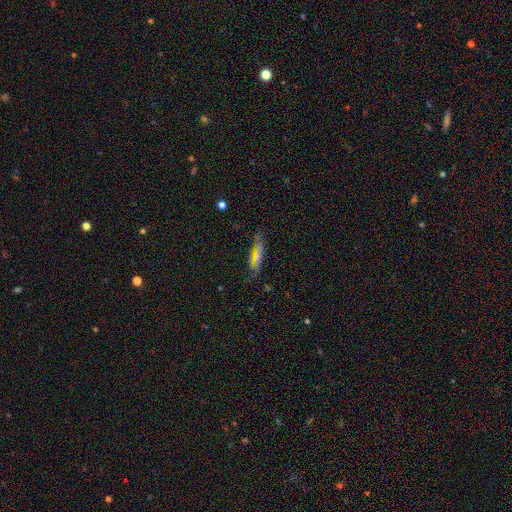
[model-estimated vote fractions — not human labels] Q: Smooth or featured?
A: smooth (48%); runner-up: featured or disk (34%)
Q: Merging?
A: none (71%); runner-up: minor disturbance (20%)